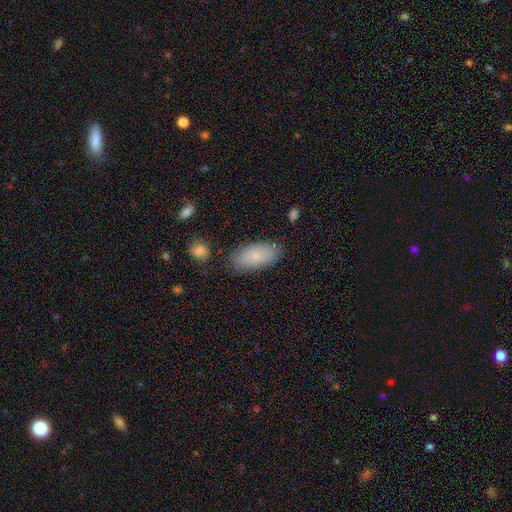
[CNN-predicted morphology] A smooth galaxy with no disk features (75%) that is in between round and cigar-shaped (91%).

Vote fractions:
- Smooth or featured? smooth: 75% / featured or disk: 19% / star or artifact: 7%
- How rounded? in between: 91% / cigar-shaped: 6% / round: 3%
- Merging? none: 81% / minor disturbance: 14% / major disturbance: 3% / merger: 2%